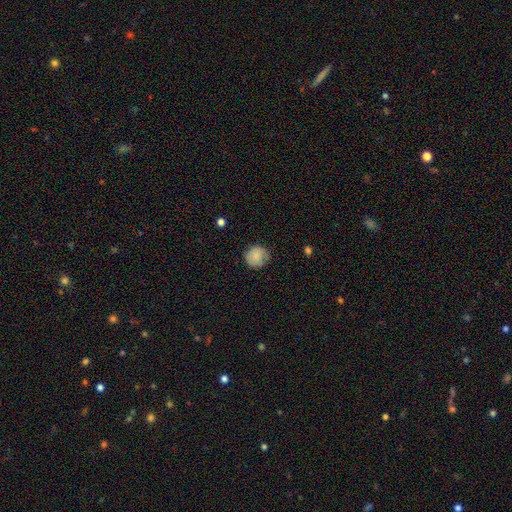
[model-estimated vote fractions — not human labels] Smooth or featured?
  - smooth: 84% *
  - featured or disk: 8%
  - star or artifact: 8%
How rounded?
  - round: 90% *
  - in between: 10%
  - cigar-shaped: 1%
Merging?
  - none: 76% *
  - minor disturbance: 19%
  - major disturbance: 4%
  - merger: 1%